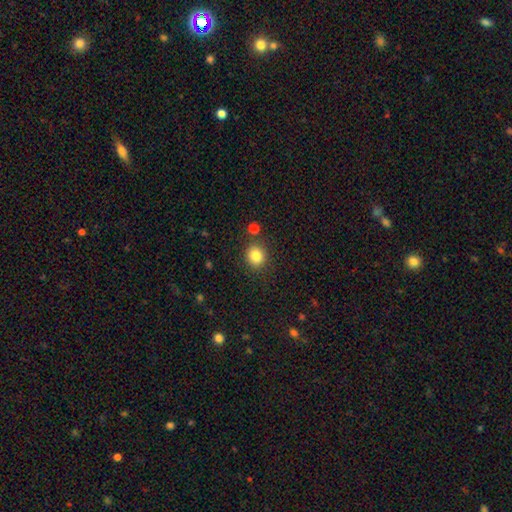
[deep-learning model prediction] Q: Smooth or featured?
A: smooth (83%); runner-up: star or artifact (11%)
Q: How rounded?
A: round (80%); runner-up: in between (19%)
Q: Merging?
A: none (84%); runner-up: minor disturbance (8%)